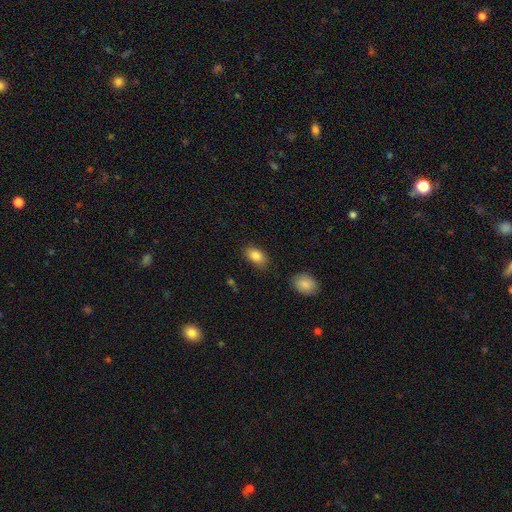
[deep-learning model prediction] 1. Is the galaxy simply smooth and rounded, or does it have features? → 86% smooth, 8% star or artifact, 6% featured or disk.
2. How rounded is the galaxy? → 89% in between, 9% round, 2% cigar-shaped.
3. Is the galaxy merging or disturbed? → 79% none, 15% minor disturbance, 3% major disturbance, 3% merger.